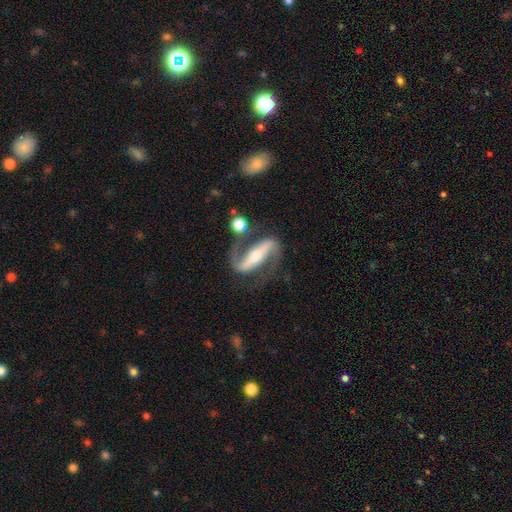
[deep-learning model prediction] smooth_or_featured: featured or disk (p=0.88) [alt: smooth p=0.08]
disk_edge_on: no (p=0.87) [alt: yes p=0.13]
bar: strong (p=0.73) [alt: weak p=0.15]
has_spiral_arms: yes (p=0.94) [alt: no p=0.06]
spiral_winding: loose (p=0.43) [alt: medium p=0.41]
spiral_arm_count: 2 (p=0.91) [alt: 1 p=0.03]
bulge_size: moderate (p=0.52) [alt: small p=0.38]
merging: none (p=0.70) [alt: minor disturbance p=0.14]